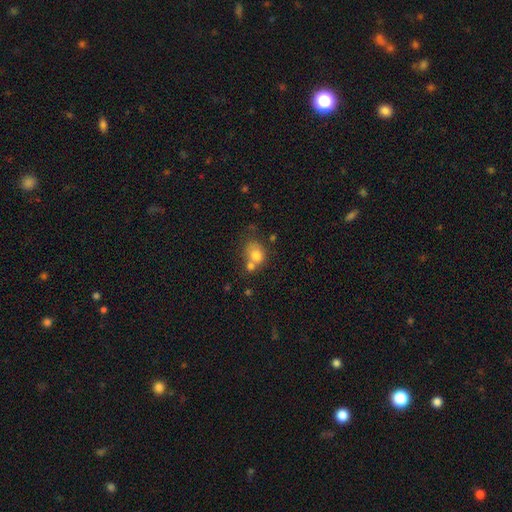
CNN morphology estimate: A smooth galaxy with no disk features (75%) that is round (53%). Merging: merger (42%).